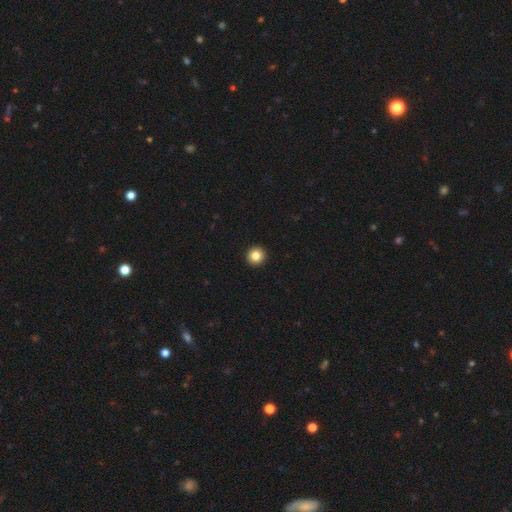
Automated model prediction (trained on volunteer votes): smooth 84%, star or artifact 10%, featured or disk 6%. Down the decision tree: how rounded — round (95%); merging — none (94%).